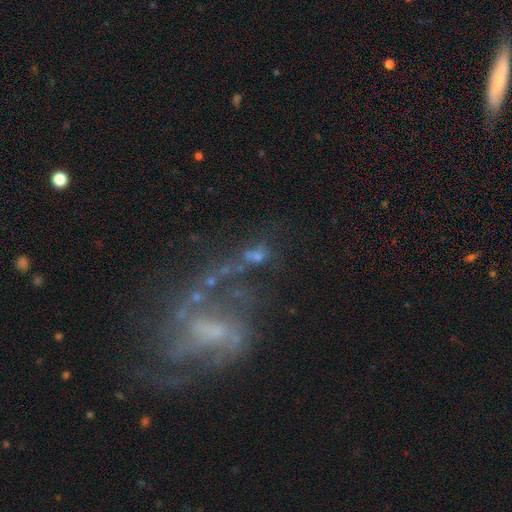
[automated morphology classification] This is possibly a featured or disk galaxy (50%). It is clearly not viewed edge-on (94%). Merging: possibly none (45%).